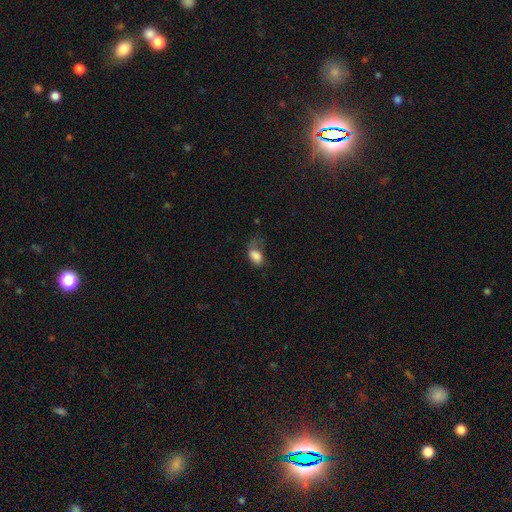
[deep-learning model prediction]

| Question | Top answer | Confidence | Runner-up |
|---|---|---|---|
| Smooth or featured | smooth | 80% | featured or disk (10%) |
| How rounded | in between | 87% | round (11%) |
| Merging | major disturbance | 38% | none (30%) |